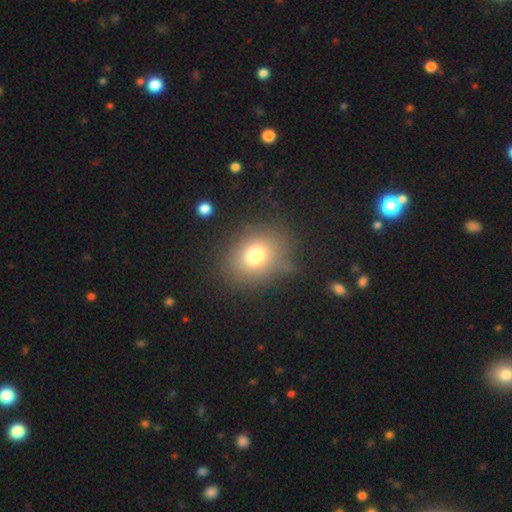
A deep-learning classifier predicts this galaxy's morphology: A smooth galaxy with no disk features (73%) that is round (59%). Merging: none (74%).